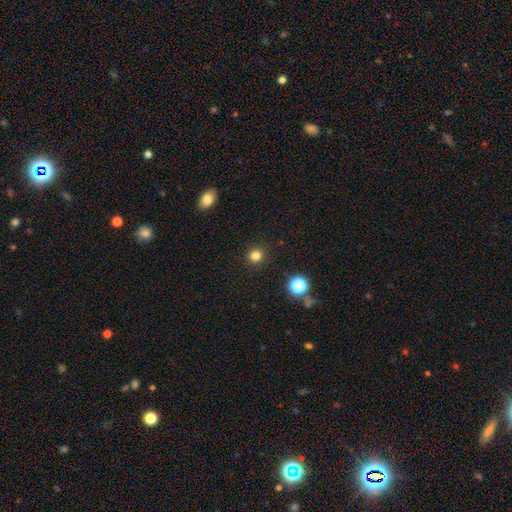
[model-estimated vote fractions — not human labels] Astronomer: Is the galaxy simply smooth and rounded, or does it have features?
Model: smooth — 80%.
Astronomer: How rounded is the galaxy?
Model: round — 92%.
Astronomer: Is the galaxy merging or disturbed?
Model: none — 91%.